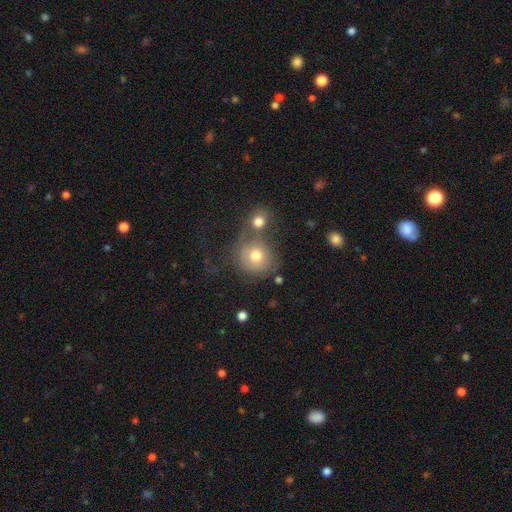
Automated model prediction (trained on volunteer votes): A smooth galaxy with no disk features (73%) that is round (85%).

Vote fractions:
- Smooth or featured? smooth: 73% / featured or disk: 16% / star or artifact: 11%
- How rounded? round: 85% / in between: 14% / cigar-shaped: 1%
- Merging? none: 44% / merger: 35% / minor disturbance: 13% / major disturbance: 9%